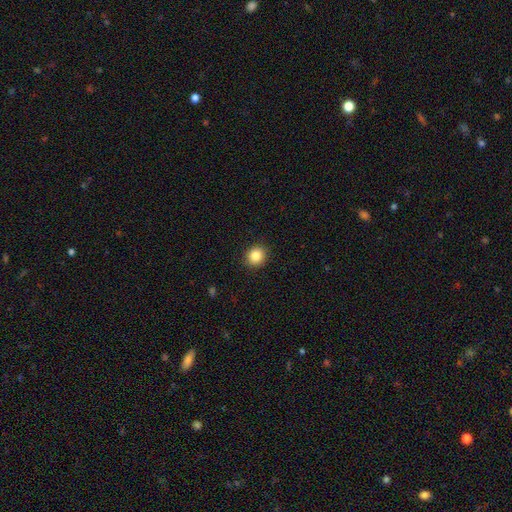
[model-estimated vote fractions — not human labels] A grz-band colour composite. It shows a smooth galaxy with no disk features (85%) that is round (83%). Merging: none (91%).